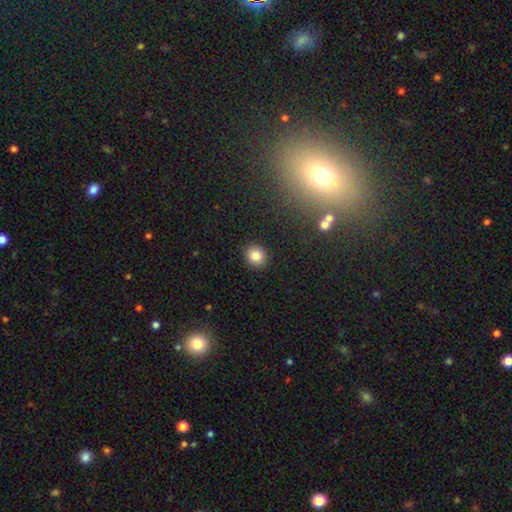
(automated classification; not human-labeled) Smooth or featured? Predicted: smooth (p=0.84). How rounded? Predicted: round (p=0.79). Merging? Predicted: none (p=0.90).